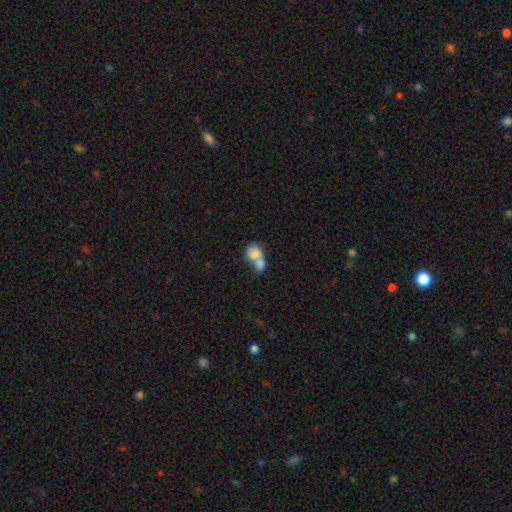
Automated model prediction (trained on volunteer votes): smooth_or_featured: smooth (p=0.76) [alt: featured or disk p=0.17]
how_rounded: round (p=0.50) [alt: in between p=0.48]
merging: merger (p=0.76) [alt: none p=0.14]